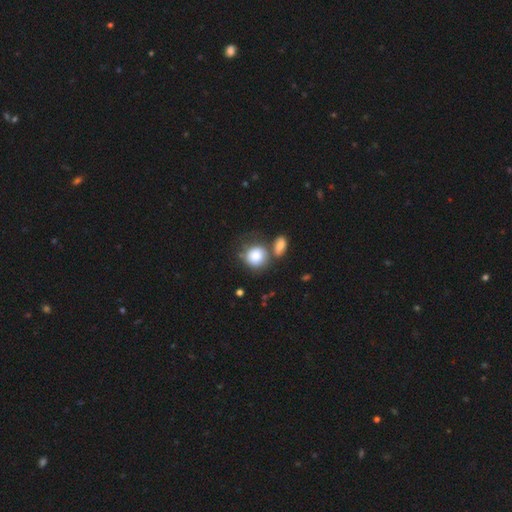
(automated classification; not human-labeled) A smooth galaxy with no disk features (83%) that is round (81%). Merging: none (47%).